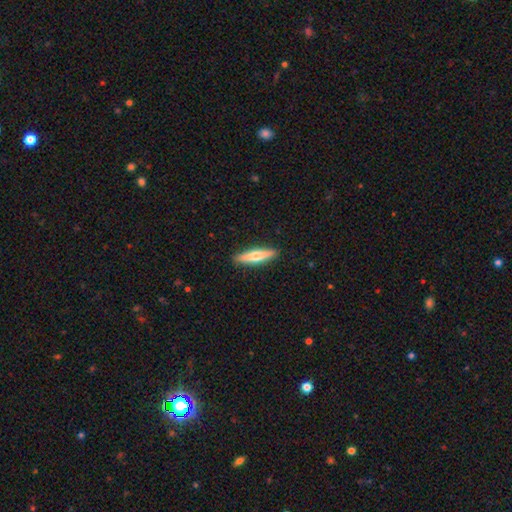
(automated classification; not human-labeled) Q: Smooth or featured?
A: smooth (54%); runner-up: featured or disk (41%)
Q: How rounded?
A: cigar-shaped (81%); runner-up: in between (18%)
Q: Merging?
A: none (91%); runner-up: minor disturbance (7%)